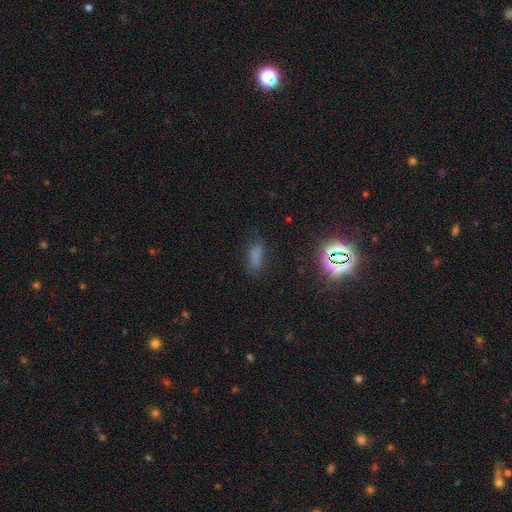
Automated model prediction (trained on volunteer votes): Overall: smooth (64%; star or artifact 25%). How rounded: in between (71%). Merging: none (61%; minor disturbance 23%).